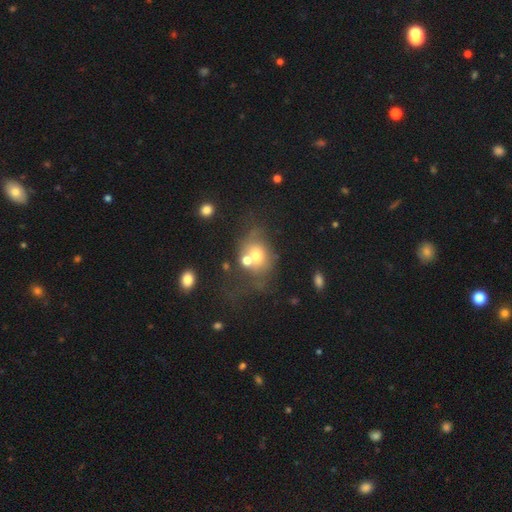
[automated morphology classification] Q: Smooth or featured?
A: smooth (61%); runner-up: featured or disk (25%)
Q: How rounded?
A: round (57%); runner-up: in between (42%)
Q: Merging?
A: merger (35%); runner-up: none (31%)